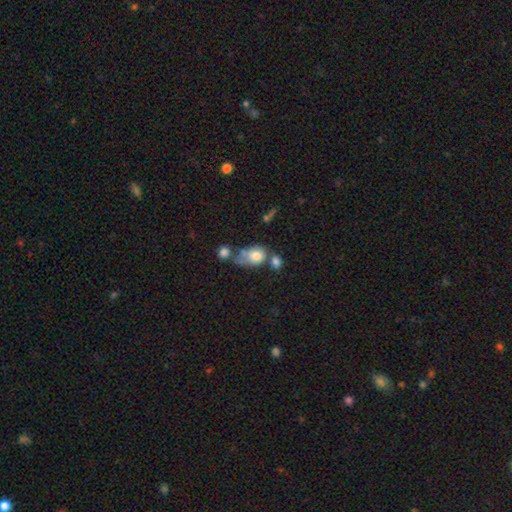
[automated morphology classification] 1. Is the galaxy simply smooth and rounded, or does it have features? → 74% smooth, 16% featured or disk, 10% star or artifact.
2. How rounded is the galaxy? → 57% in between, 41% round, 2% cigar-shaped.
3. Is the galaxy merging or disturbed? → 44% merger, 24% none, 17% minor disturbance, 15% major disturbance.